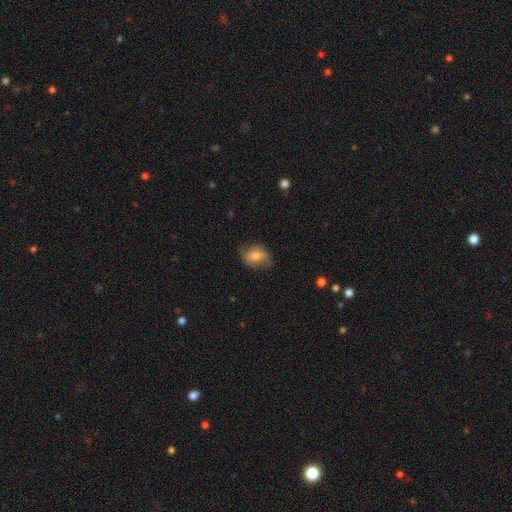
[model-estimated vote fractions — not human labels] Overall: smooth (55%; featured or disk 36%). How rounded: in between (65%; round 33%). Merging: none (63%; minor disturbance 26%).